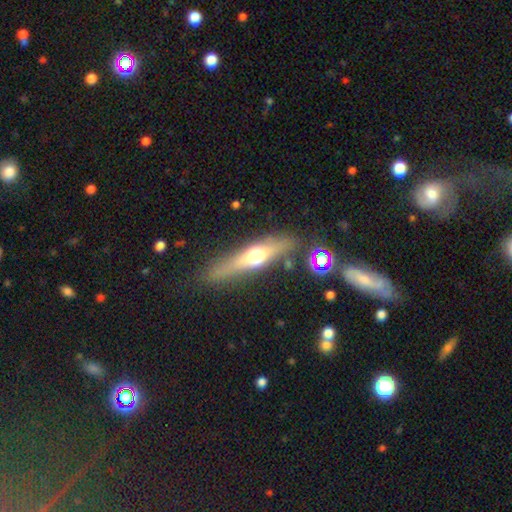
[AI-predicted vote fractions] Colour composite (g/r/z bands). It shows a featured or disk galaxy (53%) viewed edge-on (88%). Merging: none (80%).